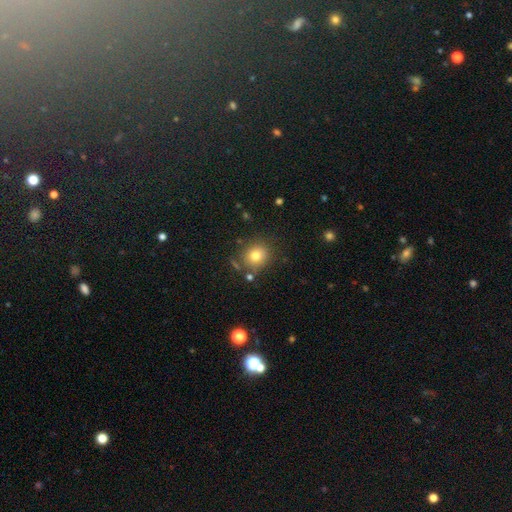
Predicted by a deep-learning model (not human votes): Q: Smooth or featured?
A: smooth (77%); runner-up: star or artifact (12%)
Q: How rounded?
A: round (84%); runner-up: in between (15%)
Q: Merging?
A: none (77%); runner-up: minor disturbance (13%)